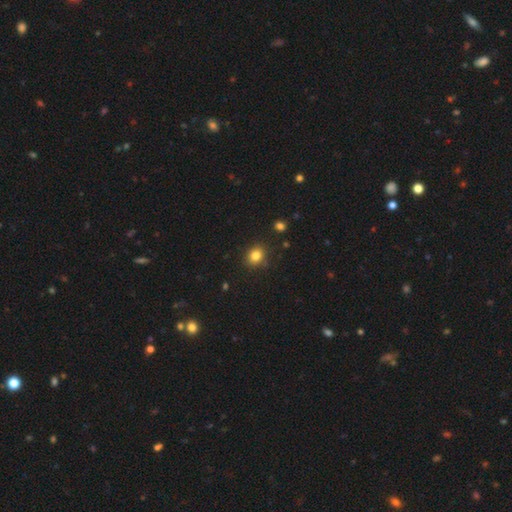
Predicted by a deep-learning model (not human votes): A smooth galaxy with no disk features (83%) that is round (68%).

Vote fractions:
- Smooth or featured? smooth: 83% / star or artifact: 12% / featured or disk: 5%
- How rounded? round: 68% / in between: 31% / cigar-shaped: 1%
- Merging? none: 87% / minor disturbance: 9% / major disturbance: 2% / merger: 2%